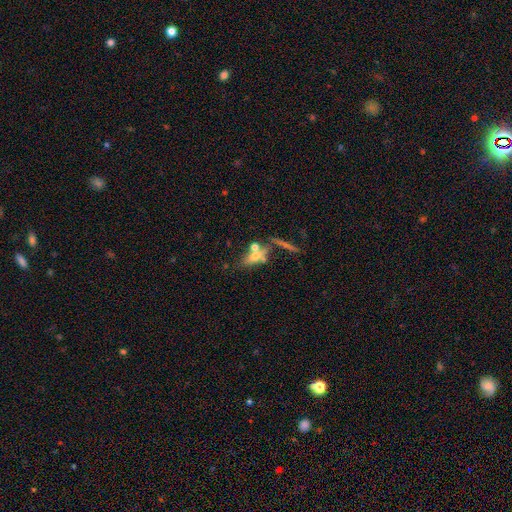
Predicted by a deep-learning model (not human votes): Smooth or featured? smooth (54%)
How rounded? in between (60%)
Merging? none (42%)